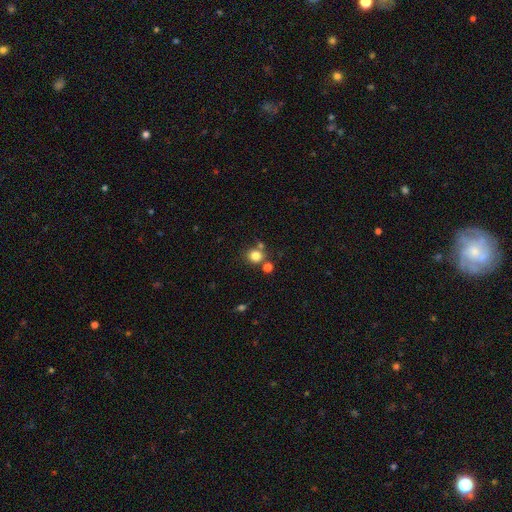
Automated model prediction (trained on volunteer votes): The model was most divided on "merging": none: 67%, merger: 18%, minor disturbance: 10%, major disturbance: 4%. More confident: how rounded — round (82%); smooth or featured — smooth (80%).